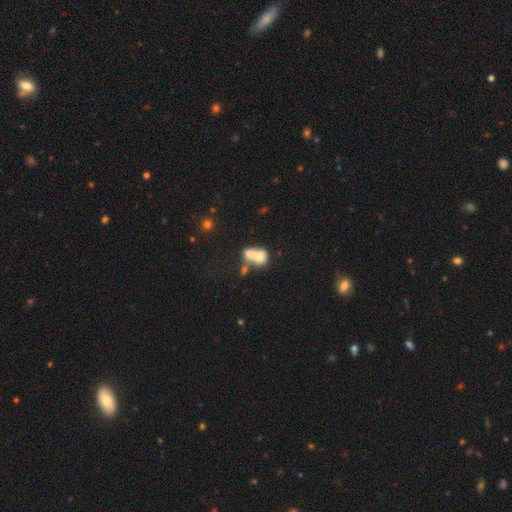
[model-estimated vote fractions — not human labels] Smooth or featured?
  - smooth: 63% *
  - featured or disk: 27%
  - star or artifact: 10%
How rounded?
  - in between: 65% *
  - round: 32%
  - cigar-shaped: 2%
Merging?
  - merger: 69% *
  - none: 17%
  - minor disturbance: 8%
  - major disturbance: 6%